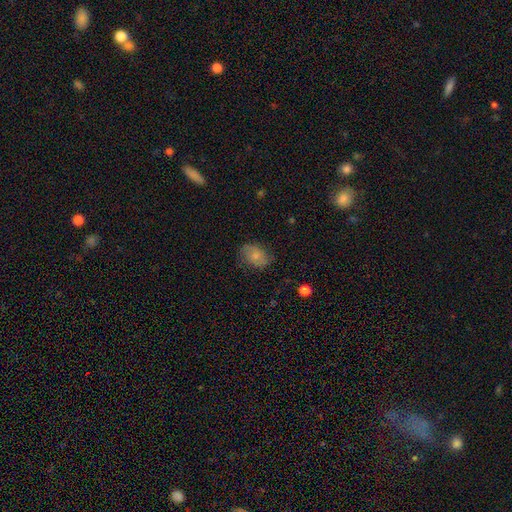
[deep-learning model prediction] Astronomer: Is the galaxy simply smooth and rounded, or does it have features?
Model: smooth — 74%.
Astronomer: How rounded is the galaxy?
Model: in between — 78%.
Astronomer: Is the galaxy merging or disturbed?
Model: none — 74%.